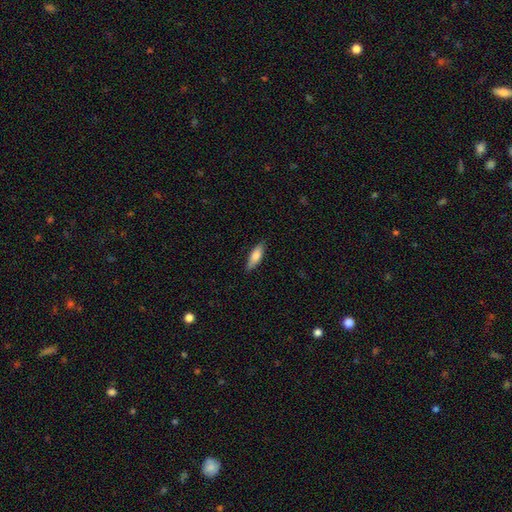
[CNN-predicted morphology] Smooth or featured? Predicted: smooth (p=0.78). How rounded? Predicted: in between (p=0.57). Merging? Predicted: none (p=0.85).